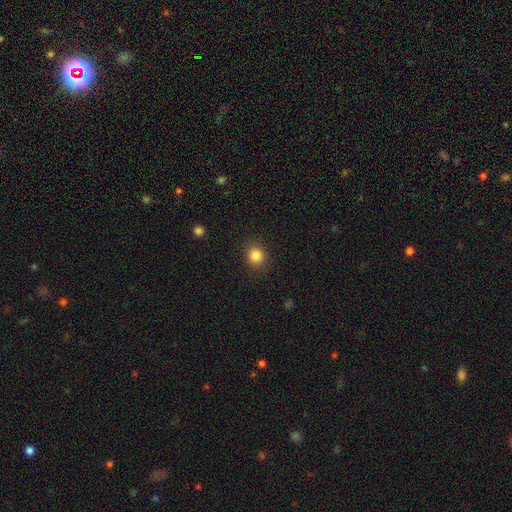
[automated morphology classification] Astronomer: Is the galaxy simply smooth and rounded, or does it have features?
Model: smooth — 85%.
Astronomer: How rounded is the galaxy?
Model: round — 84%.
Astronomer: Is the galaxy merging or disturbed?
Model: none — 89%.